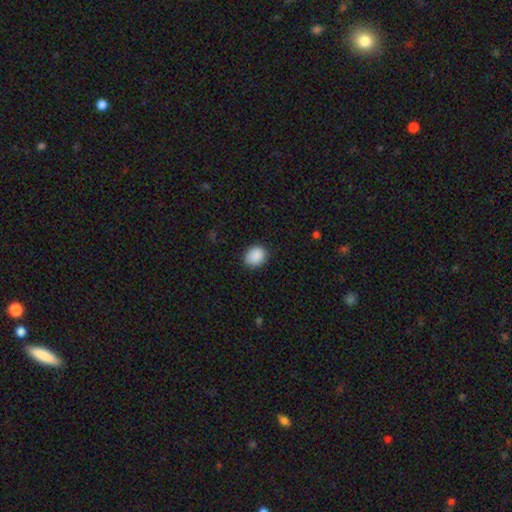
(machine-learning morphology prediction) A smooth galaxy with no disk features (89%) that is round (54%). Merging: none (85%).